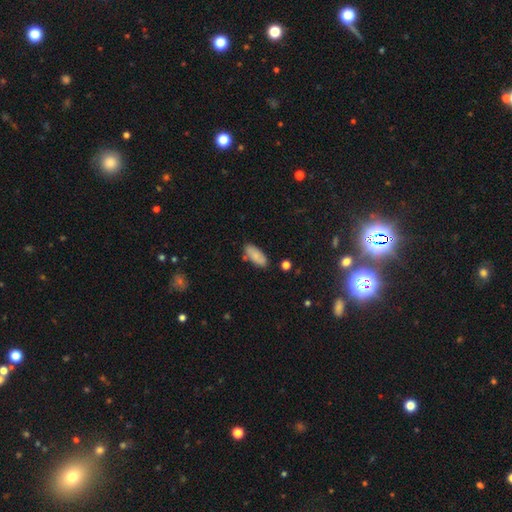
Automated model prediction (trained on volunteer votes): Smooth or featured?
  - smooth: 81% *
  - featured or disk: 12%
  - star or artifact: 7%
How rounded?
  - in between: 83% *
  - cigar-shaped: 15%
  - round: 2%
Merging?
  - none: 77% *
  - minor disturbance: 15%
  - merger: 5%
  - major disturbance: 3%